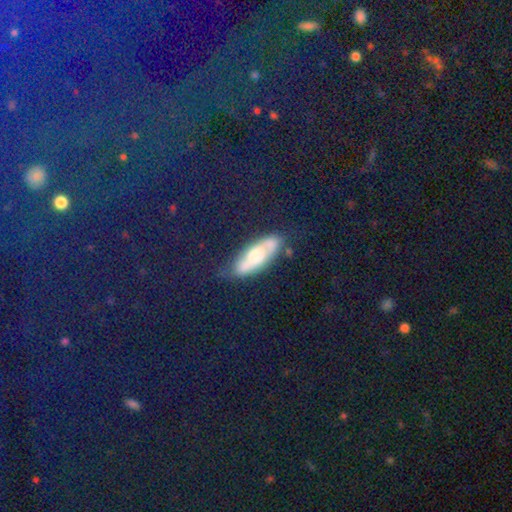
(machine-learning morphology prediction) This appears to be a featured or disk galaxy (44%). Merging: none (74%).